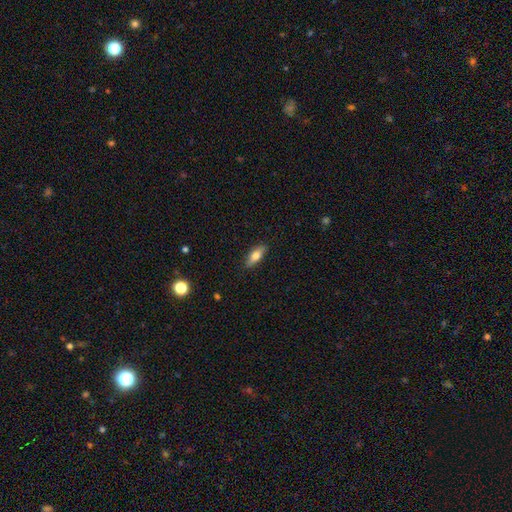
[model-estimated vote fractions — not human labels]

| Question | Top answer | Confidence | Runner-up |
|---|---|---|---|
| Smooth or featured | smooth | 73% | featured or disk (21%) |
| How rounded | in between | 68% | cigar-shaped (29%) |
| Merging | none | 87% | minor disturbance (10%) |